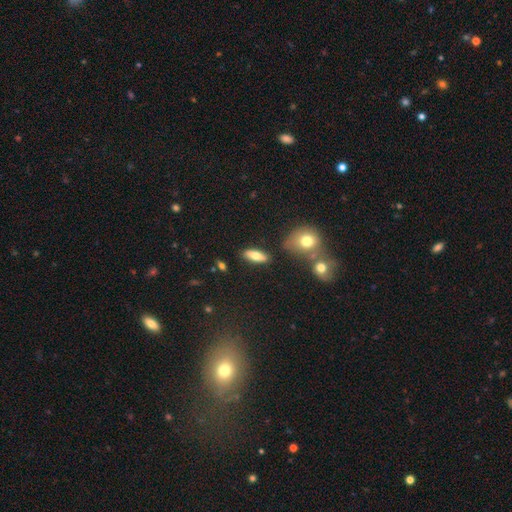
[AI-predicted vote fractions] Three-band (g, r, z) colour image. It shows a smooth galaxy with no disk features (73%) that is in between round and cigar-shaped (72%). Merging: none (82%).